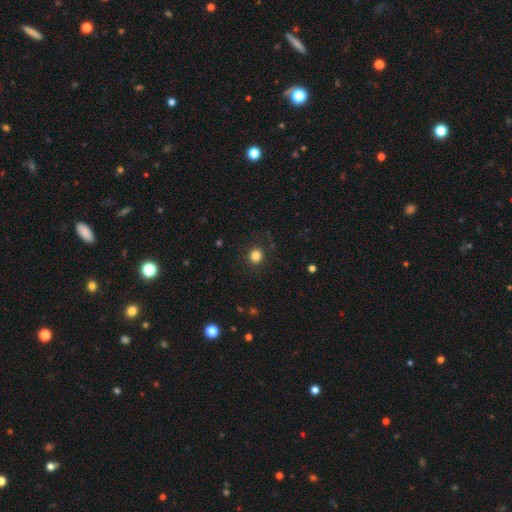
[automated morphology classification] Smooth or featured?
  - smooth: 83% *
  - star or artifact: 12%
  - featured or disk: 5%
How rounded?
  - round: 88% *
  - in between: 11%
  - cigar-shaped: 1%
Merging?
  - none: 88% *
  - minor disturbance: 8%
  - major disturbance: 3%
  - merger: 1%